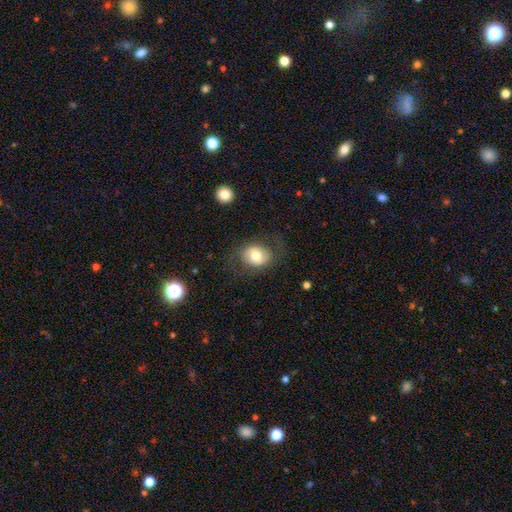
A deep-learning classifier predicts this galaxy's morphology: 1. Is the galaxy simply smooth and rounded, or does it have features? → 63% smooth, 30% featured or disk, 8% star or artifact.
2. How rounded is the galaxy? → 56% in between, 43% round, 1% cigar-shaped.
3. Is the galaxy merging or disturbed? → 69% none, 17% minor disturbance, 13% major disturbance, 1% merger.